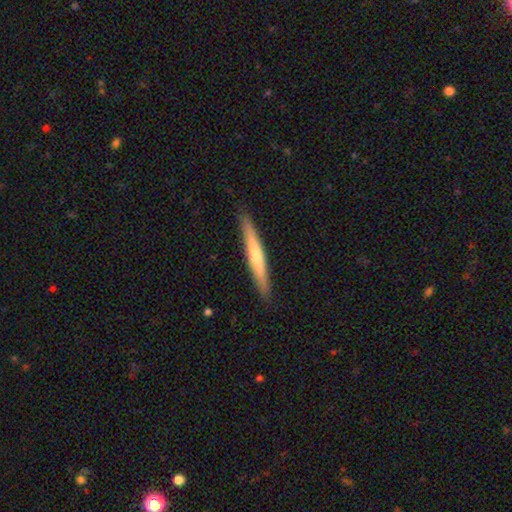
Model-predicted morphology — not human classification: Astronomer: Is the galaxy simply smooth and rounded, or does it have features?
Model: featured or disk — 51% (runner-up: smooth, 44%).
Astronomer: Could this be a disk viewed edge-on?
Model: yes — 95%.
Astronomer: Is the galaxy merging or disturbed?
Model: none — 90%.